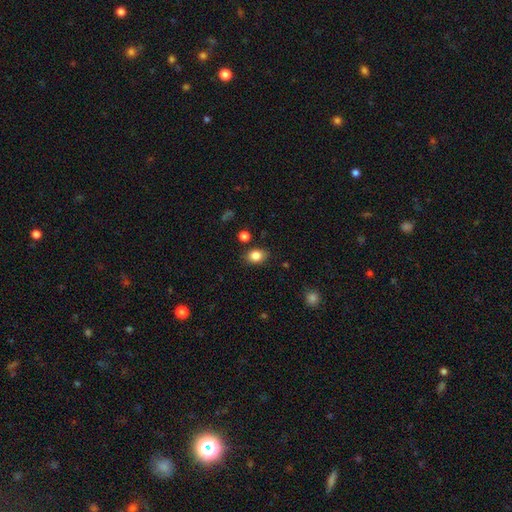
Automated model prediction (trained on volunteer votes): This appears to be a smooth galaxy with no disk features (84%) that is in between round and cigar-shaped (63%). Merging: none (84%).